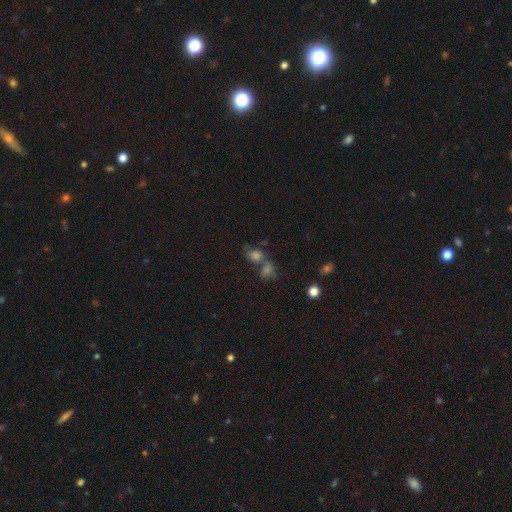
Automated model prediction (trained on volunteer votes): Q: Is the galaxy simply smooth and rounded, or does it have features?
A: smooth — 57%.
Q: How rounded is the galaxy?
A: in between — 49%.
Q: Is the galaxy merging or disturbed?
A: merger — 52%.